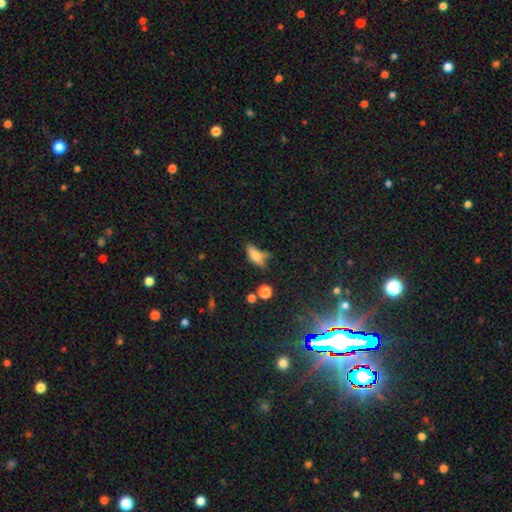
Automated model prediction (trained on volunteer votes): smooth-or-featured: smooth: 64% | featured or disk: 24% | star or artifact: 12%
  how-rounded: in between: 70% | cigar-shaped: 25% | round: 5%
  merging: none: 41% | minor disturbance: 31% | major disturbance: 18% | merger: 9%